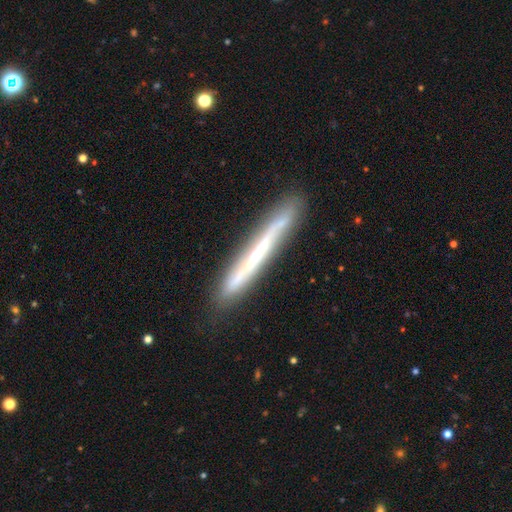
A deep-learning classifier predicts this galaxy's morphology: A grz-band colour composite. It shows a featured or disk galaxy (67%) viewed edge-on (90%) with no central bulge (64%). Merging: none (84%).